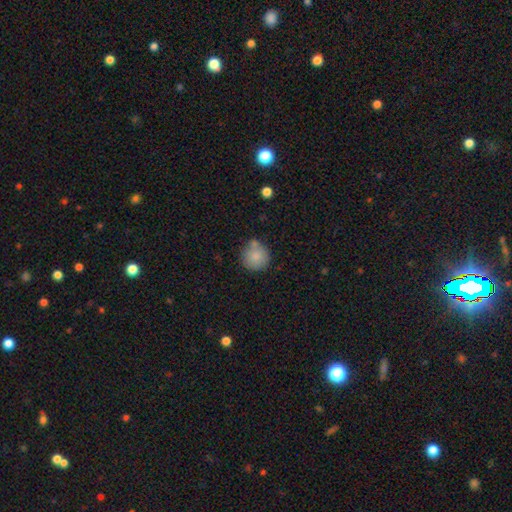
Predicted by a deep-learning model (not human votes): Smooth or featured: smooth — 83% (star or artifact — 8%)
How rounded: round — 93% (in between — 6%)
Merging: none — 69% (minor disturbance — 14%)